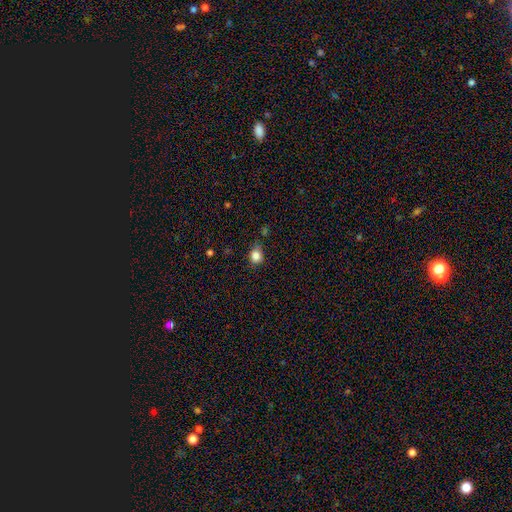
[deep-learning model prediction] This is clearly a smooth galaxy (84%). How rounded: likely round (74%). Merging: likely none (68%).